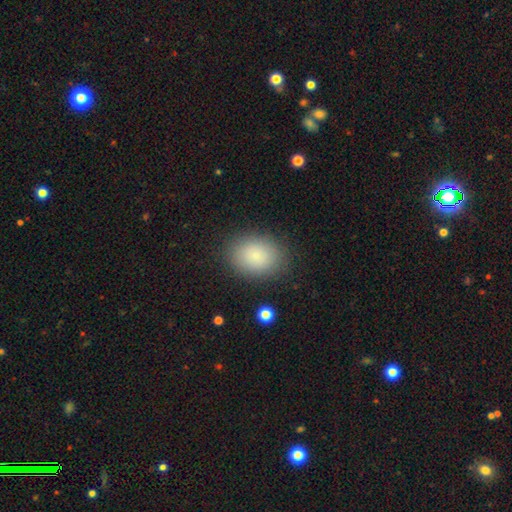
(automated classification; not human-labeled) Smooth or featured?
  - smooth: 83% *
  - star or artifact: 9%
  - featured or disk: 8%
How rounded?
  - in between: 63% *
  - round: 36%
  - cigar-shaped: 1%
Merging?
  - none: 86% *
  - minor disturbance: 9%
  - major disturbance: 3%
  - merger: 1%